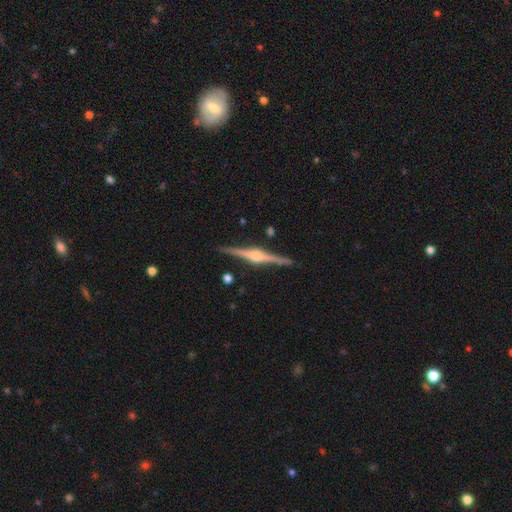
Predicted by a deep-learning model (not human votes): The model was most divided on "edge-on bulge": rounded: 79%, boxy: 15%, none: 6%. More confident: edge-on disk — yes (98%); merging — none (90%); smooth or featured — featured or disk (86%).